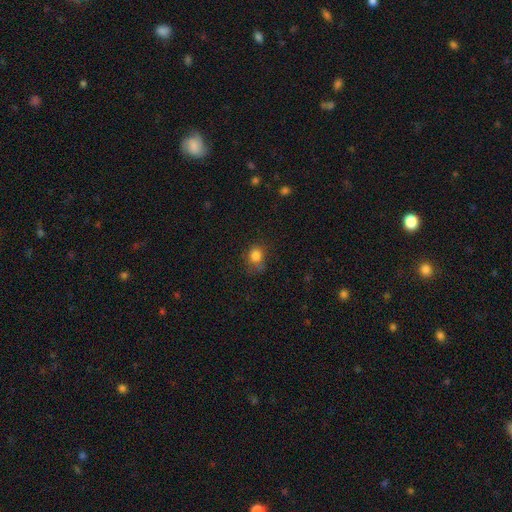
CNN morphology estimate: Smooth or featured: smooth — 81% (star or artifact — 12%)
How rounded: round — 65% (in between — 34%)
Merging: none — 59% (minor disturbance — 27%)